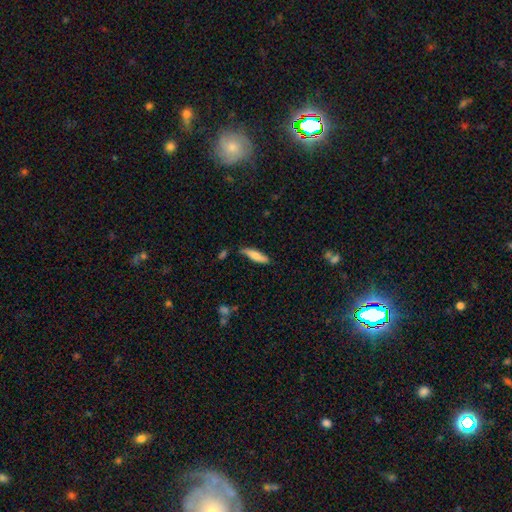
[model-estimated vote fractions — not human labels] Smooth or featured? Predicted: smooth (p=0.72). How rounded? Predicted: cigar-shaped (p=0.66). Merging? Predicted: none (p=0.70).